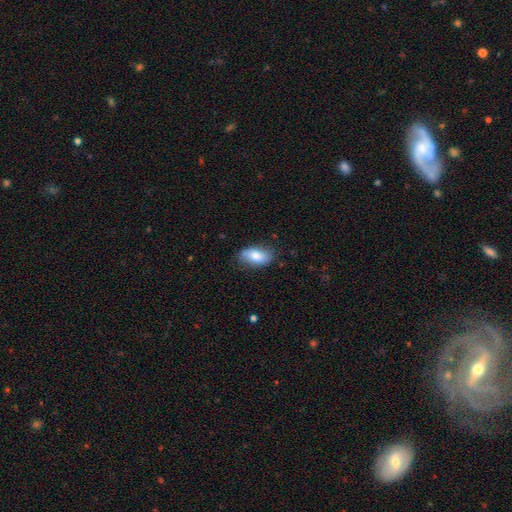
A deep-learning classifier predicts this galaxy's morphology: A smooth galaxy with no disk features (77%) that is in between round and cigar-shaped (92%).

Vote fractions:
- Smooth or featured? smooth: 77% / featured or disk: 17% / star or artifact: 7%
- How rounded? in between: 92% / round: 4% / cigar-shaped: 4%
- Merging? none: 76% / minor disturbance: 20% / major disturbance: 4% / merger: 1%